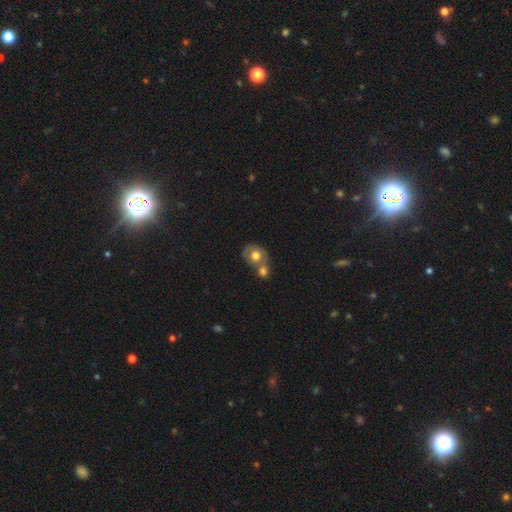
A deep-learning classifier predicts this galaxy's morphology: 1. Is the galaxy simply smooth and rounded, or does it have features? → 62% smooth, 31% featured or disk, 7% star or artifact.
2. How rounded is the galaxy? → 63% round, 36% in between, 1% cigar-shaped.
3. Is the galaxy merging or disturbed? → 57% merger, 28% none, 10% minor disturbance, 5% major disturbance.